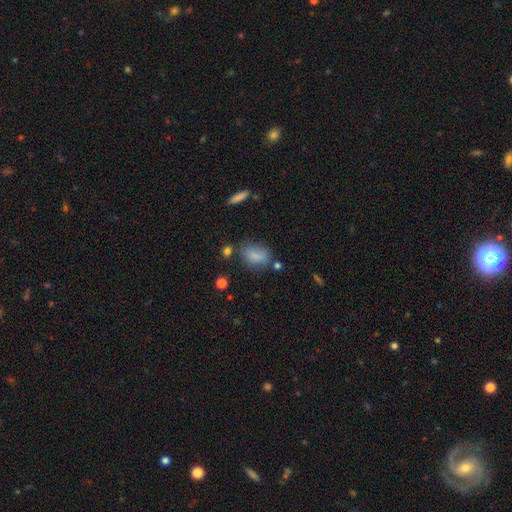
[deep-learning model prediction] Smooth or featured: smooth — 80% (star or artifact — 11%)
How rounded: in between — 81% (round — 15%)
Merging: none — 59% (minor disturbance — 25%)